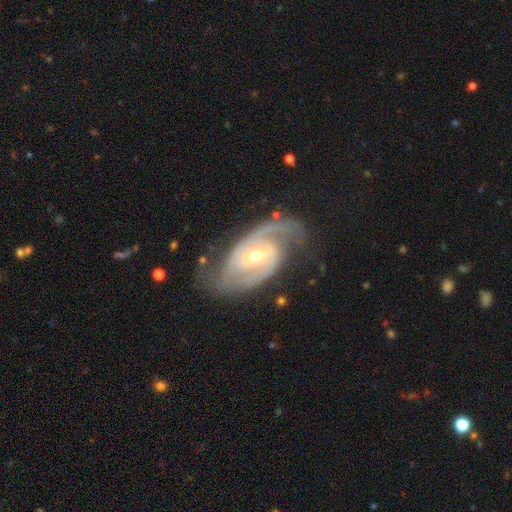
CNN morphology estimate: This is clearly a featured or disk galaxy (91%). It is clearly not viewed edge-on (97%). Bar: possibly weak (47%). Spiral arm pattern: clearly yes (97%). Spiral arm count: clearly 2 (85%). Spiral winding: possibly medium (50%). Central bulge: possibly moderate (51%). Merging: likely none (70%).